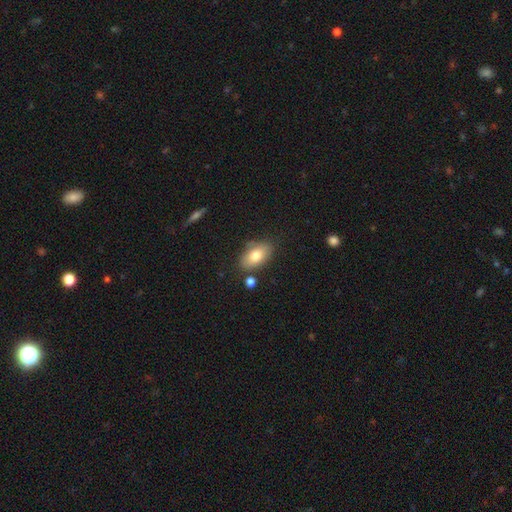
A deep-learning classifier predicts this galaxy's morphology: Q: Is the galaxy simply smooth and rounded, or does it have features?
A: smooth — 77%.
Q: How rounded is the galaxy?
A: in between — 91%.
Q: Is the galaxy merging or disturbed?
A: none — 75%.